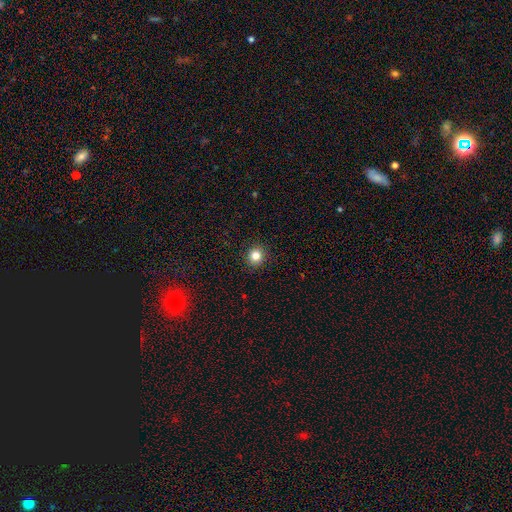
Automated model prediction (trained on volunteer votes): Smooth or featured: smooth — 82% (star or artifact — 12%)
How rounded: round — 91% (in between — 8%)
Merging: none — 92% (minor disturbance — 5%)